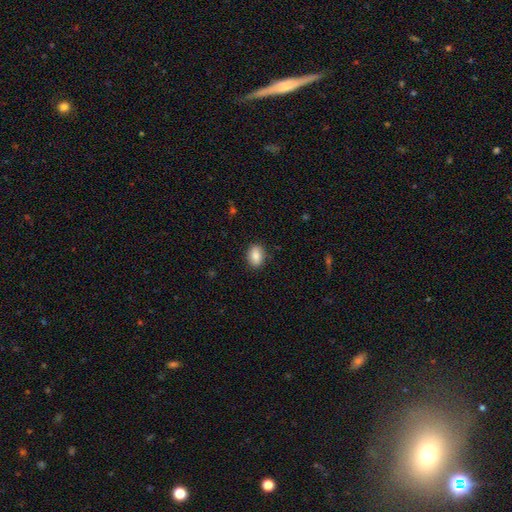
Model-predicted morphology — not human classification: The model was most divided on "how rounded": in between: 74%, round: 25%, cigar-shaped: 1%. More confident: merging — none (87%); smooth or featured — smooth (86%).